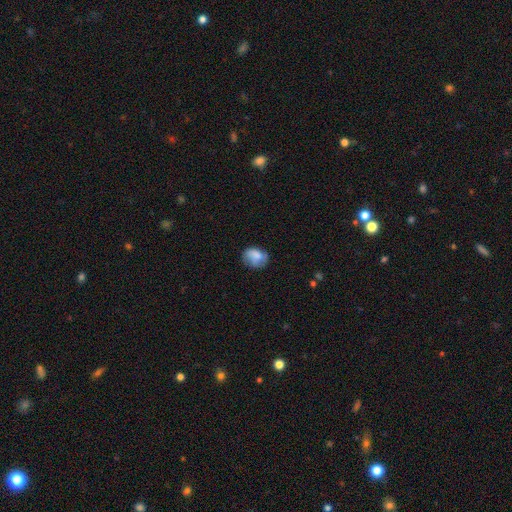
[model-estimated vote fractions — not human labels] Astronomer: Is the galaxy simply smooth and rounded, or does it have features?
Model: smooth — 72%.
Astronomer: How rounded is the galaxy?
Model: in between — 55% (runner-up: round, 44%).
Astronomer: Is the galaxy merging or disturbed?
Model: none — 57%.